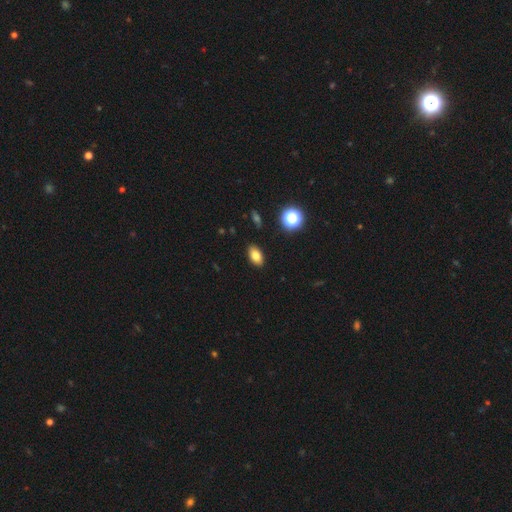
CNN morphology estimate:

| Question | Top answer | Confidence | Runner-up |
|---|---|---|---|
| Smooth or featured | smooth | 79% | star or artifact (12%) |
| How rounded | in between | 88% | round (9%) |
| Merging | none | 89% | minor disturbance (8%) |